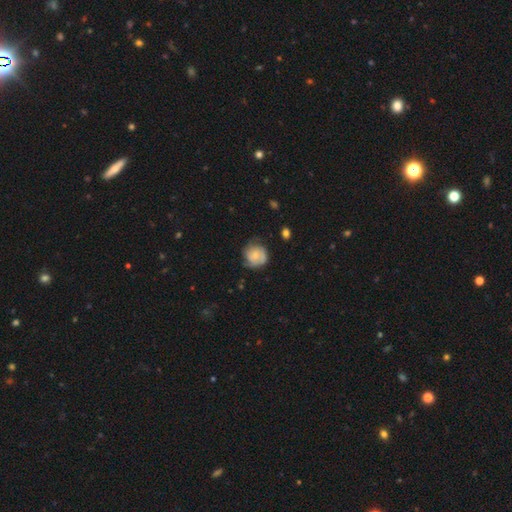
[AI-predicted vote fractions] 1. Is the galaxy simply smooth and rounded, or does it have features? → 53% smooth, 39% featured or disk, 7% star or artifact.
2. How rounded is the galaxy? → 84% round, 15% in between, 1% cigar-shaped.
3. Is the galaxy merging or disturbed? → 60% none, 29% minor disturbance, 10% major disturbance, 2% merger.